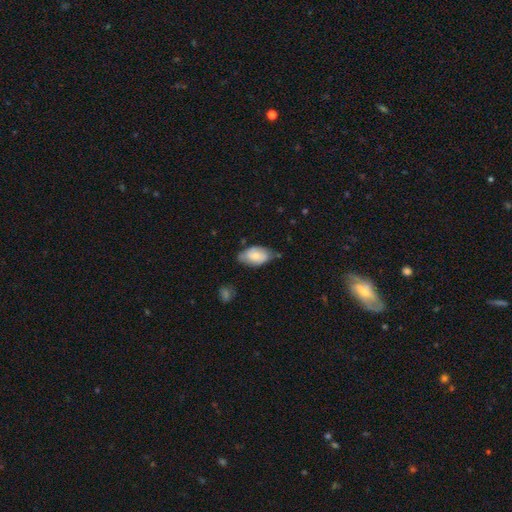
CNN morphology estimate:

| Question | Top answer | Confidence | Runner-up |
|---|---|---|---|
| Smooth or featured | smooth | 67% | featured or disk (27%) |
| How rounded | in between | 92% | round (6%) |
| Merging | none | 57% | minor disturbance (33%) |